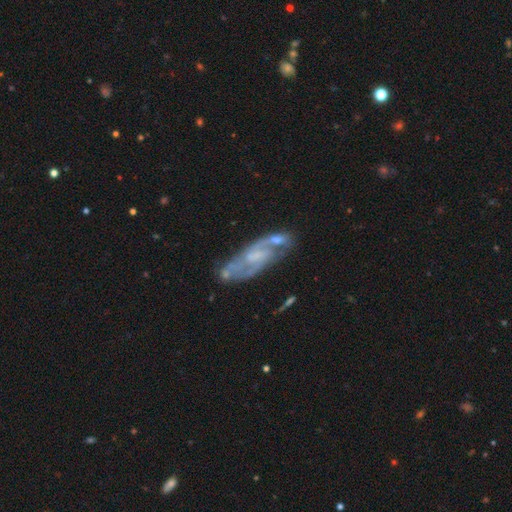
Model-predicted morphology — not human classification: featured or disk 74%, smooth 18%, star or artifact 8%. Down the decision tree: edge-on disk — no (83%); bar — no (46%); spiral arms — yes (77%); bulge size — none (39%); merging — none (60%).